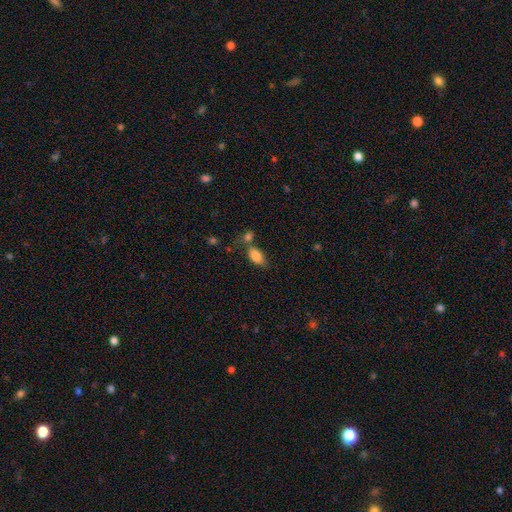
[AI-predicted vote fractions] This is clearly a smooth galaxy (83%). How rounded: clearly in between (90%). Merging: possibly none (51%).